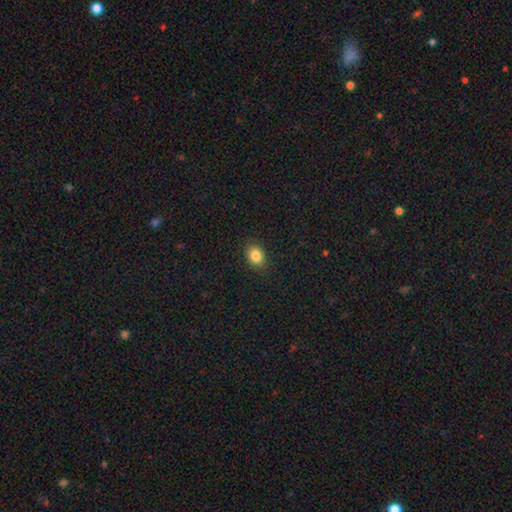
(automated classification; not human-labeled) smooth-or-featured: smooth: 85% | star or artifact: 10% | featured or disk: 5%
  how-rounded: in between: 63% | round: 36% | cigar-shaped: 1%
  merging: none: 89% | minor disturbance: 8% | major disturbance: 2% | merger: 1%